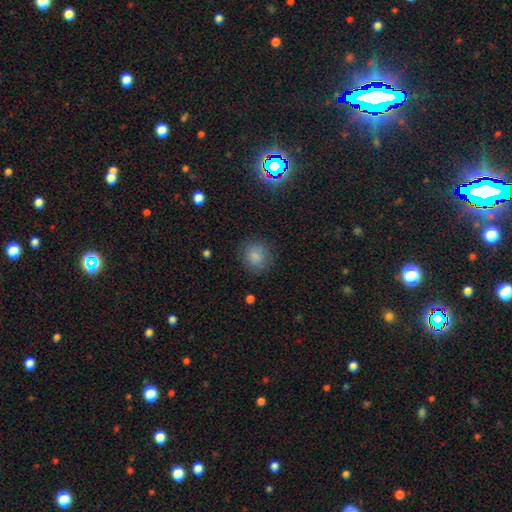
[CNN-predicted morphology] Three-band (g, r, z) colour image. It shows a smooth galaxy with no disk features (84%) that is round (84%). Merging: none (83%).